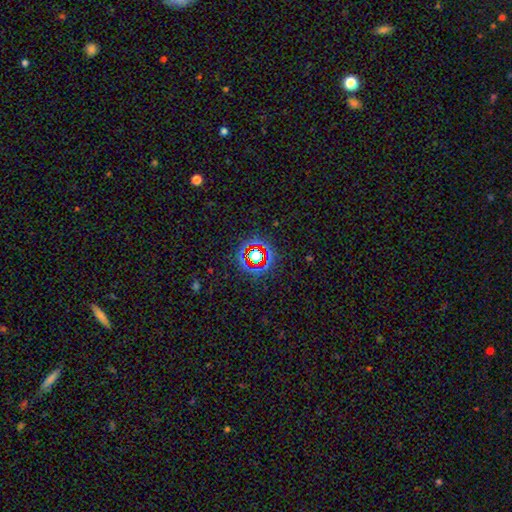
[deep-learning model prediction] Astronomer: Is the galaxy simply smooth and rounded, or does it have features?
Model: star or artifact — 70%.